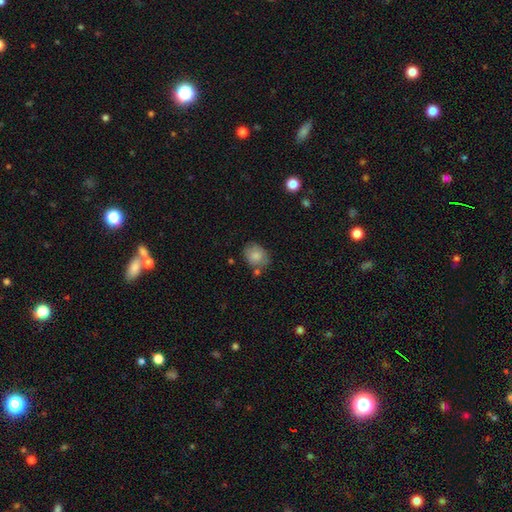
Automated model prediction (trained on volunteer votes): Smooth or featured? Predicted: smooth (p=0.82). How rounded? Predicted: round (p=0.51). Merging? Predicted: none (p=0.68).